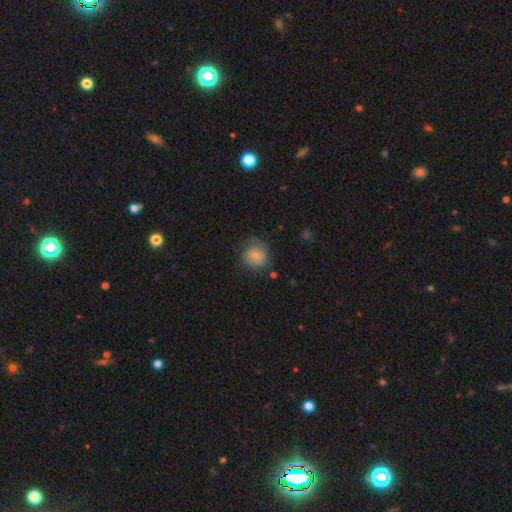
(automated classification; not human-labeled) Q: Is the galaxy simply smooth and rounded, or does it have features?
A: smooth — 75%.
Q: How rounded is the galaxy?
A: round — 84%.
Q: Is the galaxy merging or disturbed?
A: none — 62%.